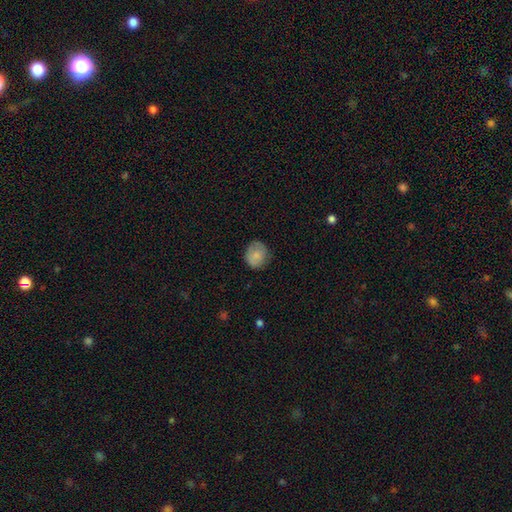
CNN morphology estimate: Smooth or featured? Predicted: smooth (p=0.80). How rounded? Predicted: round (p=0.74). Merging? Predicted: none (p=0.78).